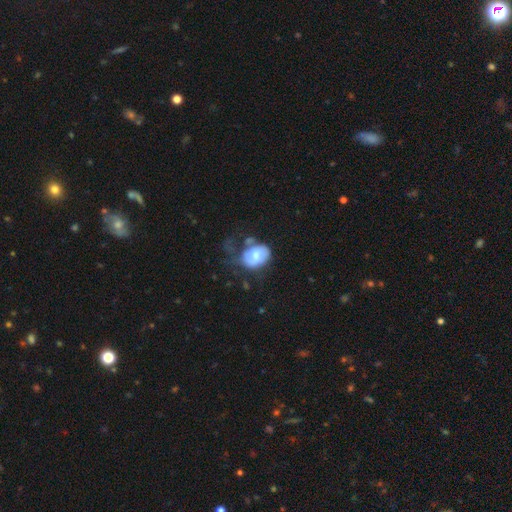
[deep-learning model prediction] Overall: smooth (61%; featured or disk 32%). How rounded: in between (67%; round 32%). Merging: major disturbance (36%; minor disturbance 26%).